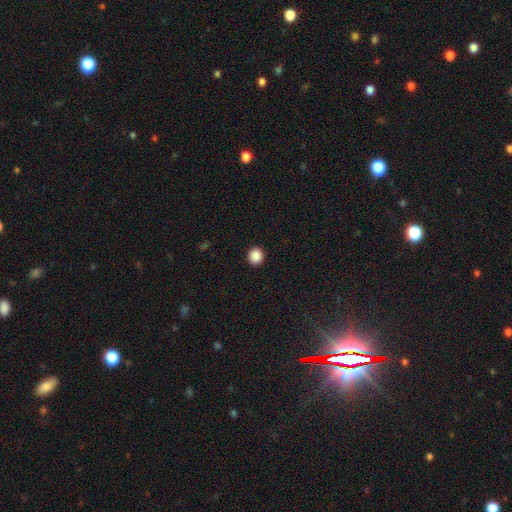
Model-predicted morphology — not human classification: This is clearly a smooth galaxy (88%). How rounded: clearly round (91%). Merging: clearly none (93%).